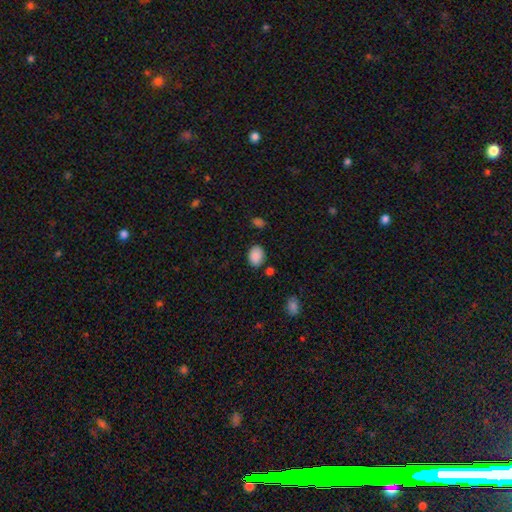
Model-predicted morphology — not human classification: A smooth galaxy with no disk features (88%) that is in between round and cigar-shaped (69%).

Vote fractions:
- Smooth or featured? smooth: 88% / star or artifact: 8% / featured or disk: 4%
- How rounded? in between: 69% / round: 30% / cigar-shaped: 1%
- Merging? none: 81% / minor disturbance: 13% / merger: 4% / major disturbance: 3%